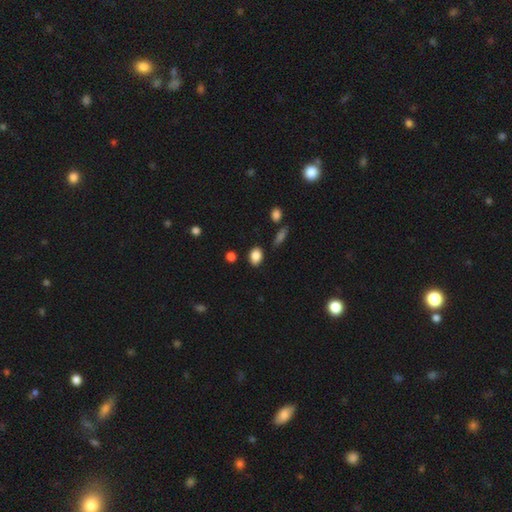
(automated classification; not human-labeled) Morphology: type=smooth (86%); roundness=in between (74%); merging=none (82%).